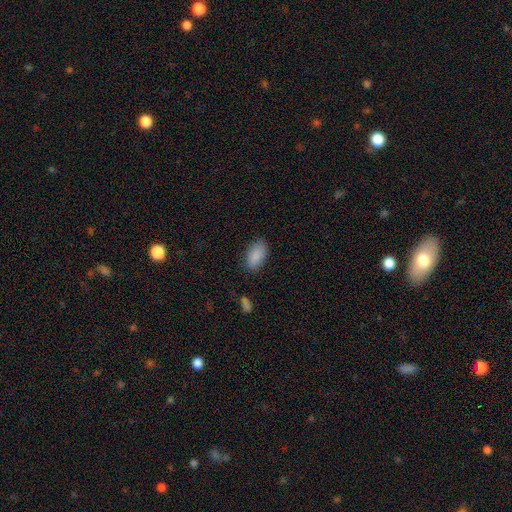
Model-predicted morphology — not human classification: smooth_or_featured: smooth (p=0.88) [alt: star or artifact p=0.07]
how_rounded: in between (p=0.93) [alt: round p=0.04]
merging: none (p=0.83) [alt: minor disturbance p=0.12]